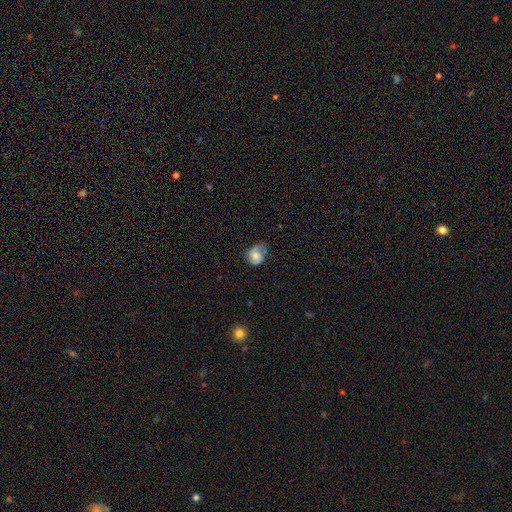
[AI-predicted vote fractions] Overall: smooth (64%; featured or disk 28%). How rounded: round (52%; in between 47%). Merging: none (49%; minor disturbance 37%).